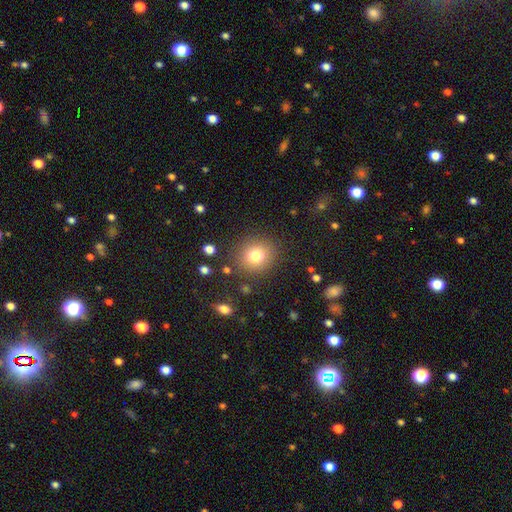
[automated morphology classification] type=smooth (78%); roundness=round (82%); merging=none (85%).